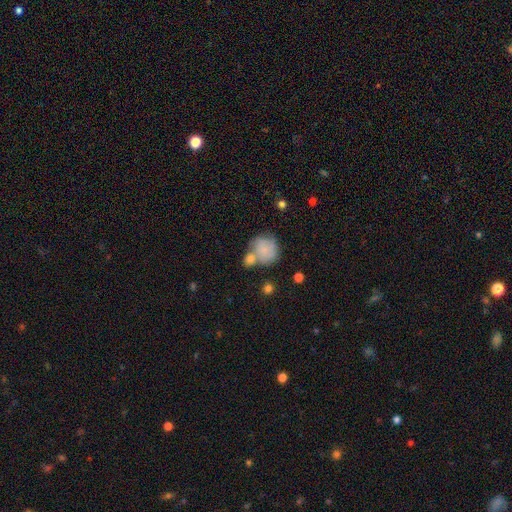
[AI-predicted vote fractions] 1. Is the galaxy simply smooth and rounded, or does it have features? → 71% smooth, 20% featured or disk, 9% star or artifact.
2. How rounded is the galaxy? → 76% round, 22% in between, 1% cigar-shaped.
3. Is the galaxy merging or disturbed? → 43% none, 28% merger, 20% minor disturbance, 9% major disturbance.